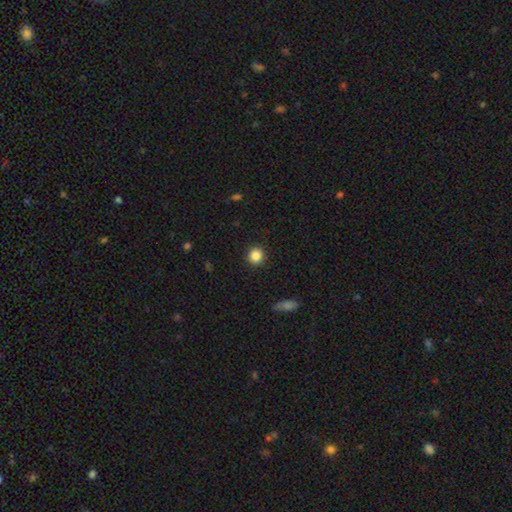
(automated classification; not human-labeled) Smooth or featured?
  - smooth: 85% *
  - star or artifact: 10%
  - featured or disk: 4%
How rounded?
  - round: 92% *
  - in between: 7%
  - cigar-shaped: 1%
Merging?
  - none: 92% *
  - minor disturbance: 5%
  - major disturbance: 2%
  - merger: 1%